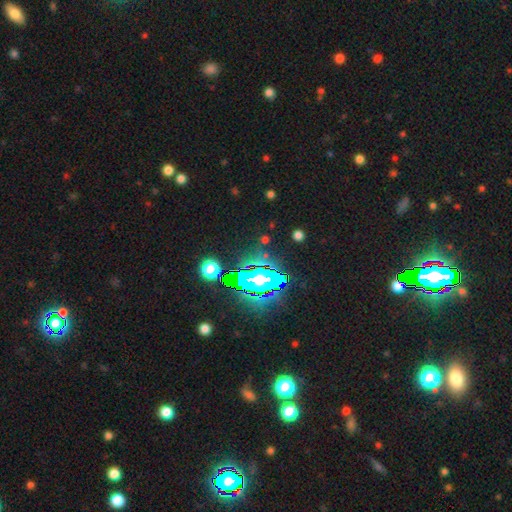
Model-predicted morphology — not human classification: Overall: star or artifact (83%).